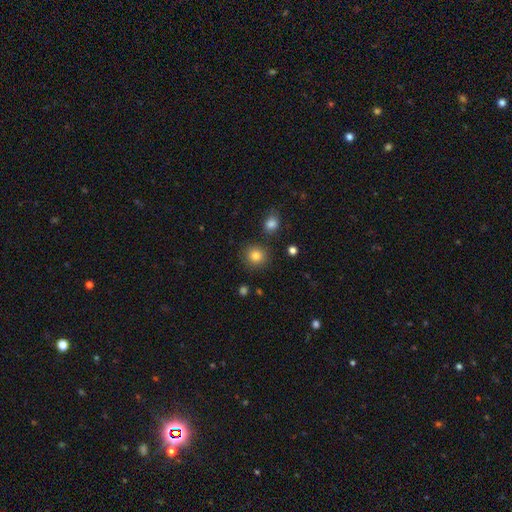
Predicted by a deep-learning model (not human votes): smooth_or_featured: smooth (p=0.83) [alt: star or artifact p=0.11]
how_rounded: round (p=0.90) [alt: in between p=0.09]
merging: none (p=0.86) [alt: minor disturbance p=0.08]